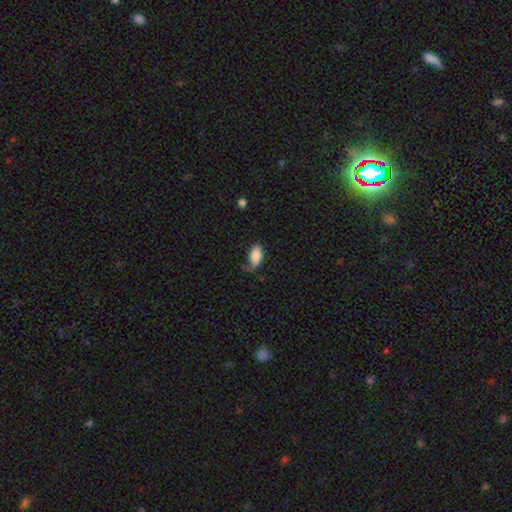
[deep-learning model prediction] smooth 85%, featured or disk 8%, star or artifact 7%. Down the decision tree: how rounded — in between (93%); merging — none (55%).